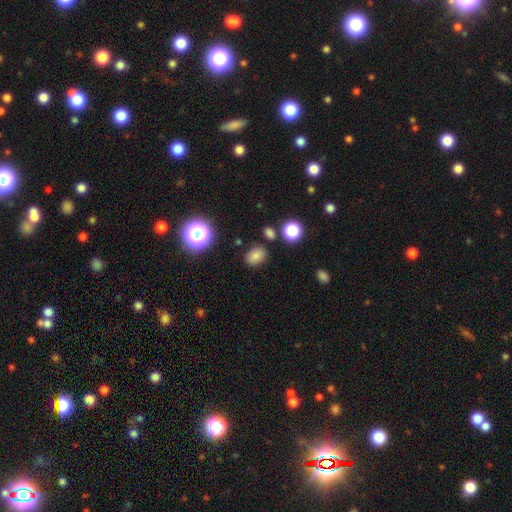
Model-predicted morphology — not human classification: This appears to be a smooth galaxy with no disk features (77%) that is in between round and cigar-shaped (67%). Merging: none (82%).